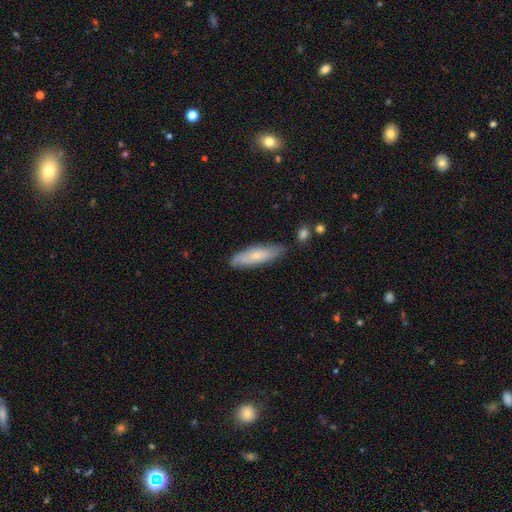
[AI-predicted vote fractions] A smooth galaxy with no disk features (65%) that is cigar-shaped (58%).

Vote fractions:
- Smooth or featured? smooth: 65% / featured or disk: 29% / star or artifact: 6%
- How rounded? cigar-shaped: 58% / in between: 40% / round: 2%
- Merging? none: 78% / minor disturbance: 16% / major disturbance: 3% / merger: 2%